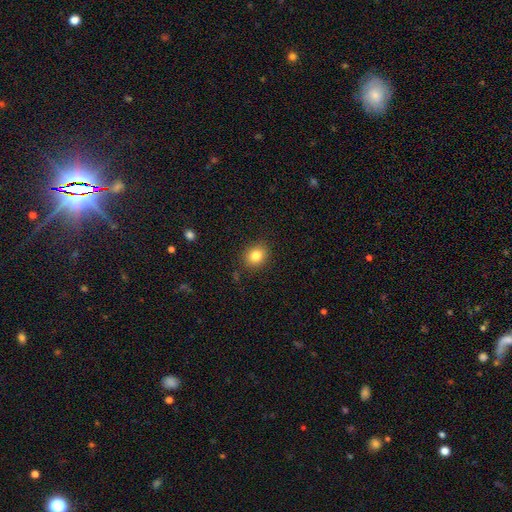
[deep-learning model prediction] smooth_or_featured: smooth (p=0.82) [alt: star or artifact p=0.11]
how_rounded: round (p=0.71) [alt: in between p=0.28]
merging: none (p=0.87) [alt: minor disturbance p=0.09]